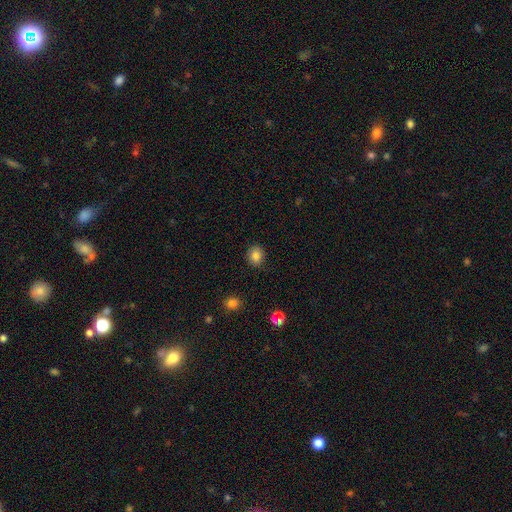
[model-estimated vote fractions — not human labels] This appears to be a smooth galaxy with no disk features (84%) that is round (71%). Merging: none (88%).